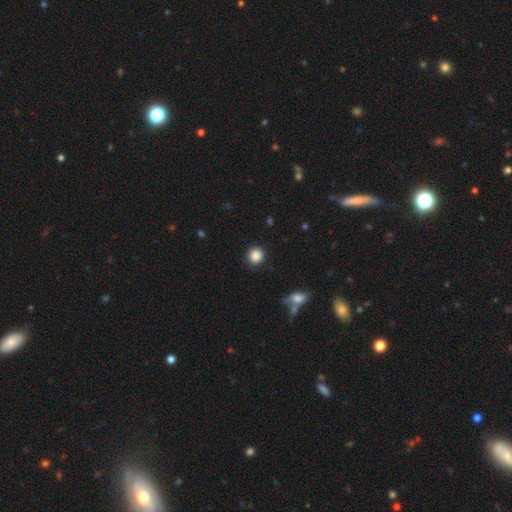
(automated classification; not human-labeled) Morphology: type=smooth (87%); roundness=round (92%); merging=none (90%).